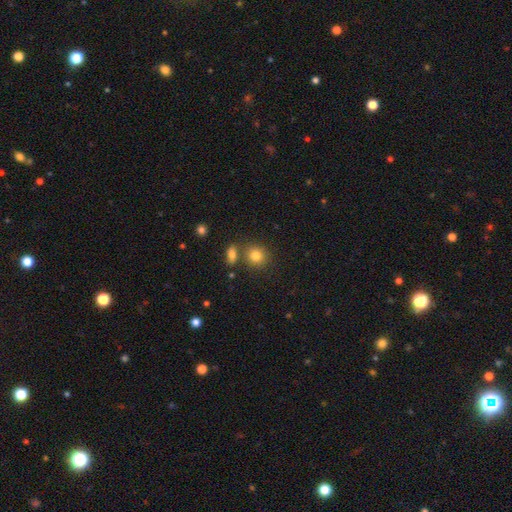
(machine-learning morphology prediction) The model was most divided on "merging": none: 71%, merger: 16%, minor disturbance: 10%, major disturbance: 3%. More confident: smooth or featured — smooth (82%); how rounded — round (79%).